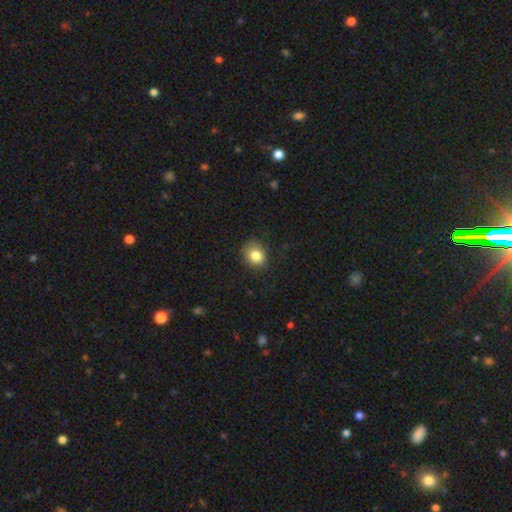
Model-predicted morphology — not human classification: This appears to be a smooth galaxy with no disk features (82%) that is round (62%). Merging: none (76%).